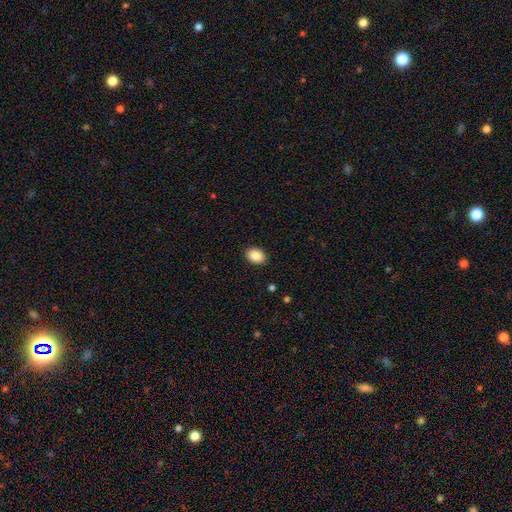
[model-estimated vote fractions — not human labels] Smooth or featured? smooth (88%)
How rounded? in between (77%)
Merging? none (90%)